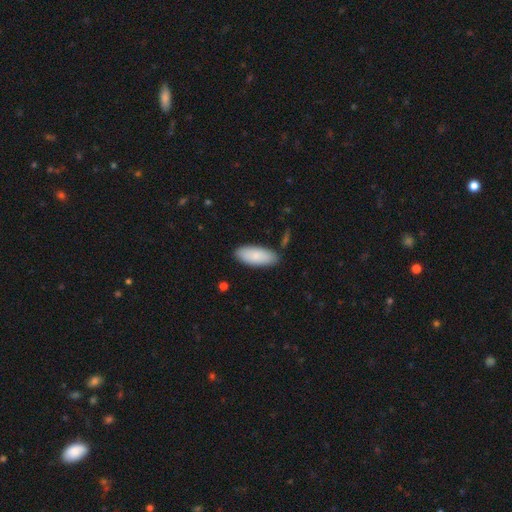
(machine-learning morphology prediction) Smooth or featured? Predicted: smooth (p=0.84). How rounded? Predicted: in between (p=0.85). Merging? Predicted: none (p=0.84).